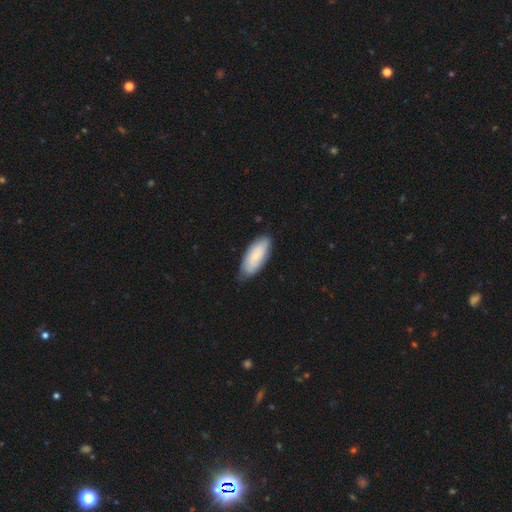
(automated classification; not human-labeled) This appears to be a smooth galaxy with no disk features (65%) that is in between round and cigar-shaped (85%). Merging: none (72%).